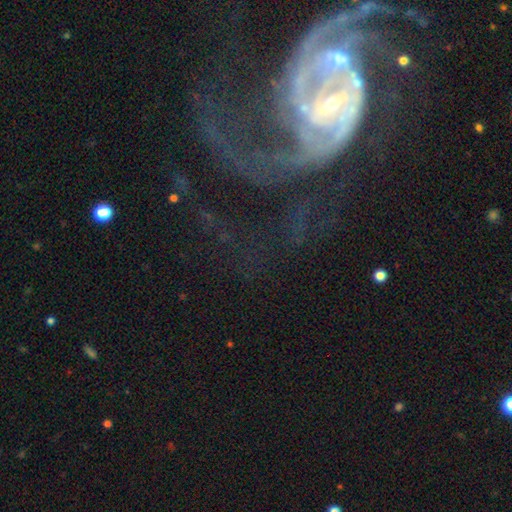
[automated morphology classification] Smooth or featured? Predicted: featured or disk (p=0.82). Edge-on disk? Predicted: no (p=0.96). Bar? Predicted: weak (p=0.35). Spiral arms? Predicted: yes (p=0.87). Spiral winding? Predicted: medium (p=0.43). Spiral arm count? Predicted: 2 (p=0.56). Bulge size? Predicted: small (p=0.74). Merging? Predicted: major disturbance (p=0.40).